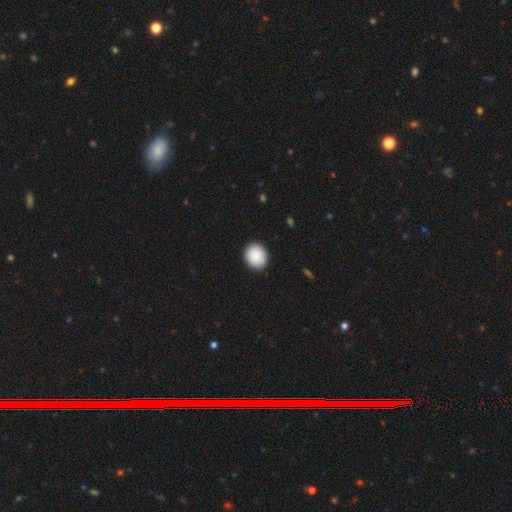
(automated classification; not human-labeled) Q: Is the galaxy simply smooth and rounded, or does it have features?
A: smooth — 89%.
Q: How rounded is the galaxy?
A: round — 72%.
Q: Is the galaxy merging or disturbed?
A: none — 90%.